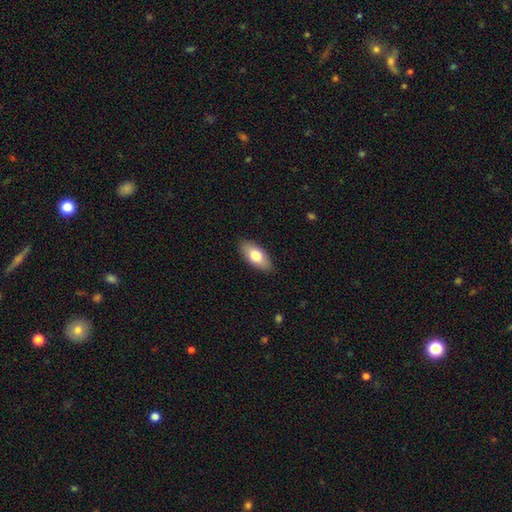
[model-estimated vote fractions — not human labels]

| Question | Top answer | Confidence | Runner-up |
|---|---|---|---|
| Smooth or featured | smooth | 76% | featured or disk (18%) |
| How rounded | in between | 90% | cigar-shaped (7%) |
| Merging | none | 88% | minor disturbance (10%) |